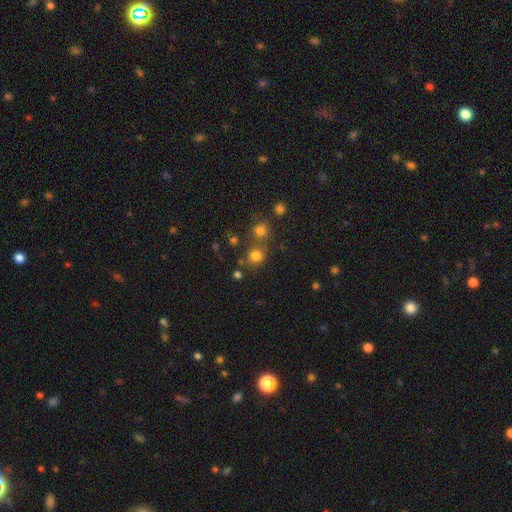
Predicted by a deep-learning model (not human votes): This is likely a smooth galaxy (76%). How rounded: clearly round (83%). Merging: likely none (61%).